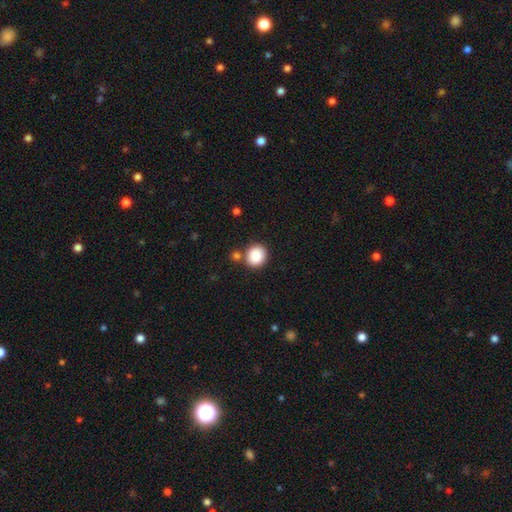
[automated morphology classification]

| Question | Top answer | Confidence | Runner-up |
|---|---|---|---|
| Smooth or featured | smooth | 87% | star or artifact (8%) |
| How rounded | round | 81% | in between (18%) |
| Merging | none | 75% | merger (13%) |